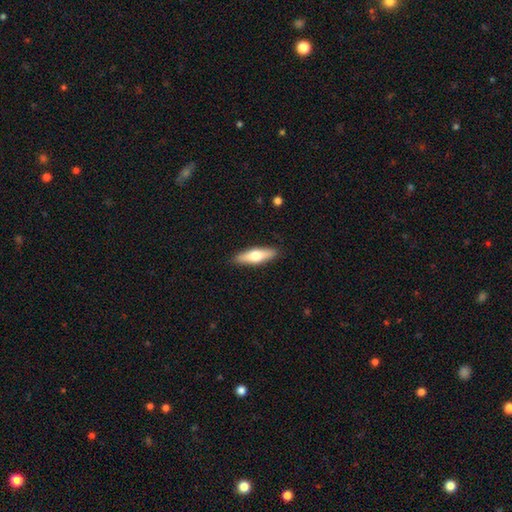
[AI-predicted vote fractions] The model was most divided on "smooth or featured": smooth: 56%, featured or disk: 38%, star or artifact: 5%. More confident: merging — none (89%); how rounded — cigar-shaped (60%).